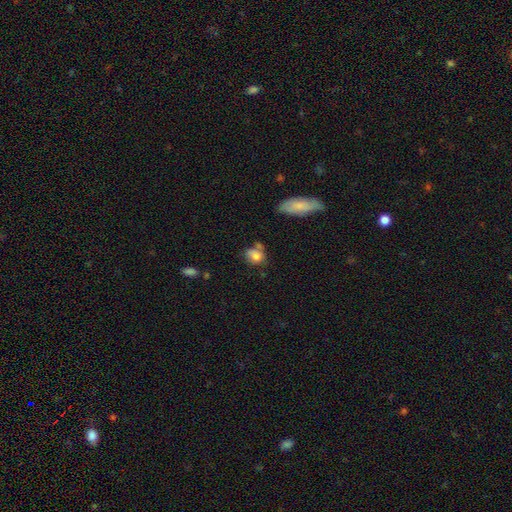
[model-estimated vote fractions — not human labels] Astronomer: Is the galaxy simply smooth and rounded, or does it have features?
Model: smooth — 78%.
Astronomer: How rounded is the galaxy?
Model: round — 58% (runner-up: in between, 41%).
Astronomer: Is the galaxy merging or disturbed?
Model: none — 50%.